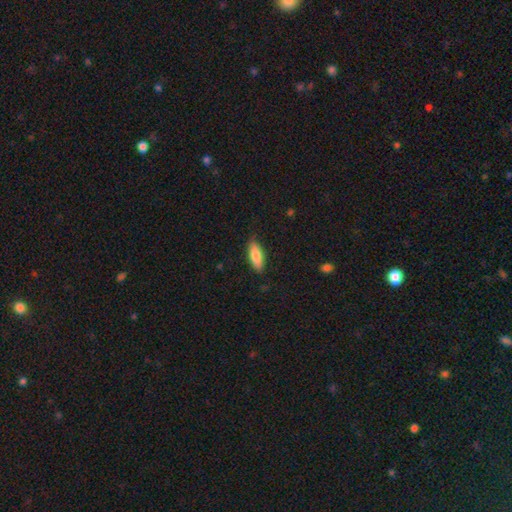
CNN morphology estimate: smooth 83%, featured or disk 11%, star or artifact 6%. Down the decision tree: how rounded — in between (70%); merging — none (85%).